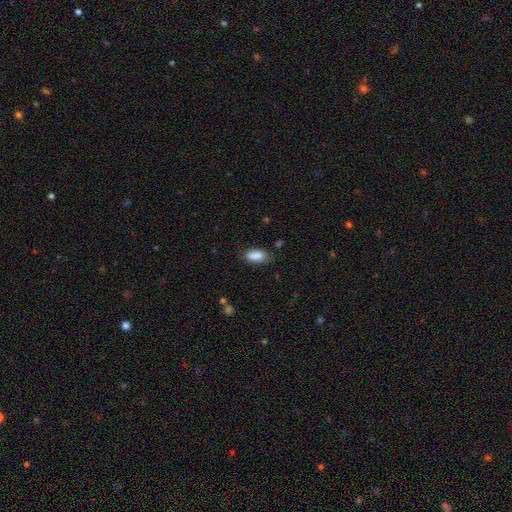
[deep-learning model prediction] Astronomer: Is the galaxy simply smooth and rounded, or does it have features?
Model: smooth — 86%.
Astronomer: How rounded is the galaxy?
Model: in between — 84%.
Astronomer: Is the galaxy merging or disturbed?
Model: none — 71%.